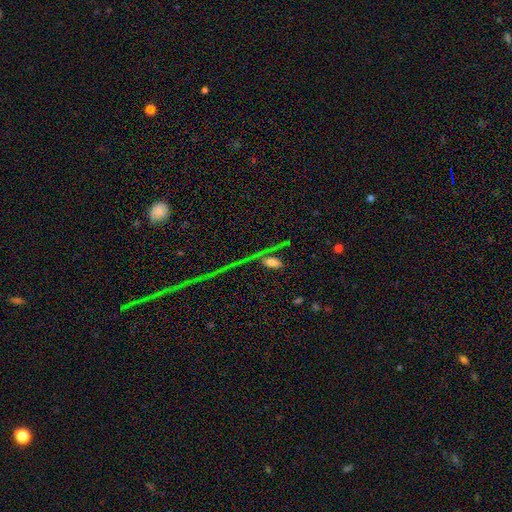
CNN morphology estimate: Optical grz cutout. It shows a star or artifact, not a galaxy (69%).